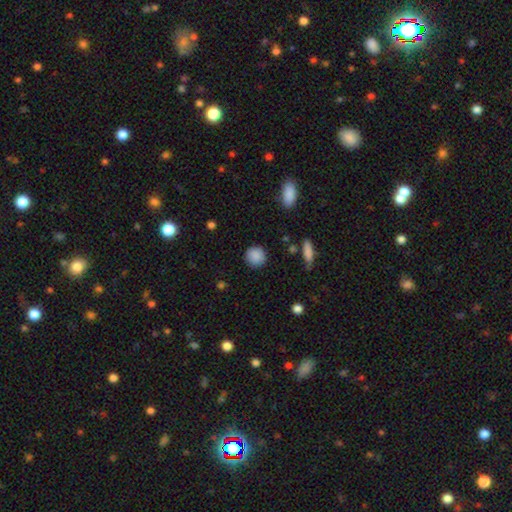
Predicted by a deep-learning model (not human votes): Smooth or featured: smooth — 88% (star or artifact — 8%)
How rounded: round — 91% (in between — 8%)
Merging: none — 88% (minor disturbance — 8%)